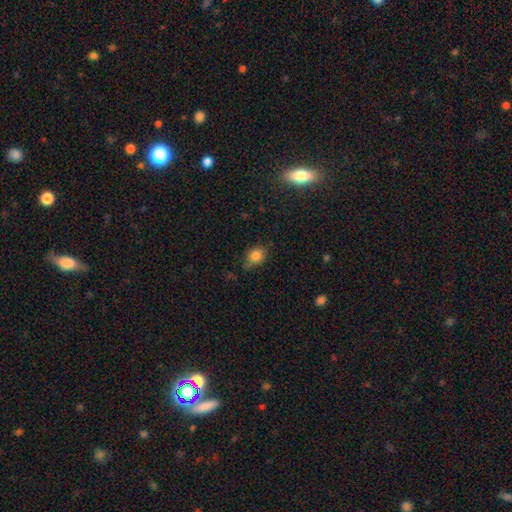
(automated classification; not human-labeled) This appears to be a smooth galaxy with no disk features (81%) that is in between round and cigar-shaped (57%). Merging: none (63%).